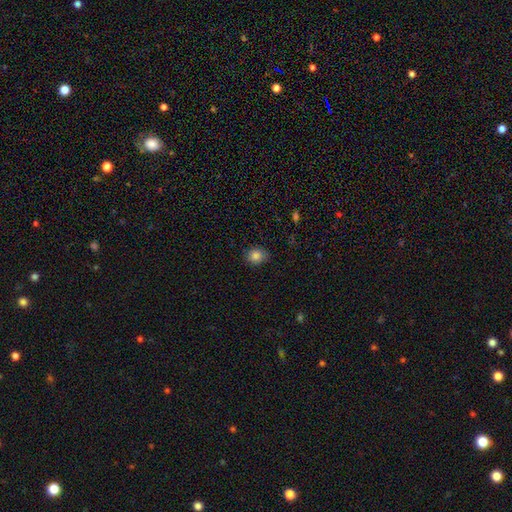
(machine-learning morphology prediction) Smooth or featured? Predicted: smooth (p=0.84). How rounded? Predicted: round (p=0.63). Merging? Predicted: none (p=0.83).